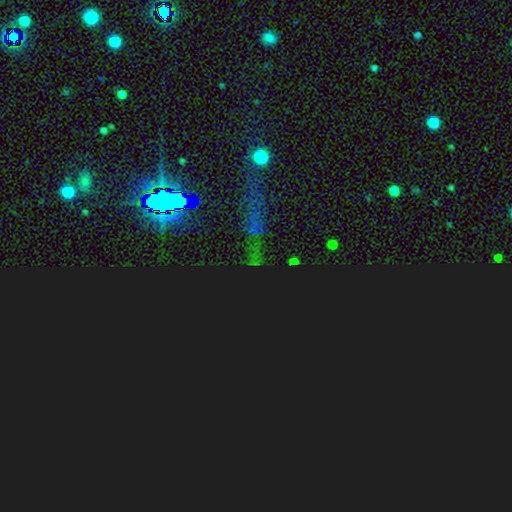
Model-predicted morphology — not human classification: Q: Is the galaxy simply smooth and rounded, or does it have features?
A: star or artifact — 73%.